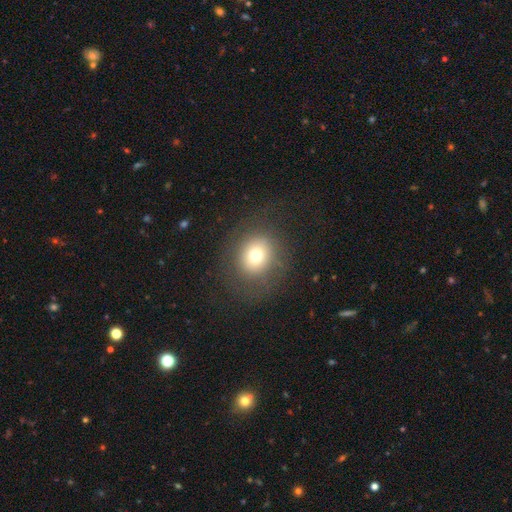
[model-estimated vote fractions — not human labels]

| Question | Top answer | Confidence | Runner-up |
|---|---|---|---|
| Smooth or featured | smooth | 71% | star or artifact (15%) |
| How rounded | round | 82% | in between (17%) |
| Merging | none | 79% | minor disturbance (11%) |